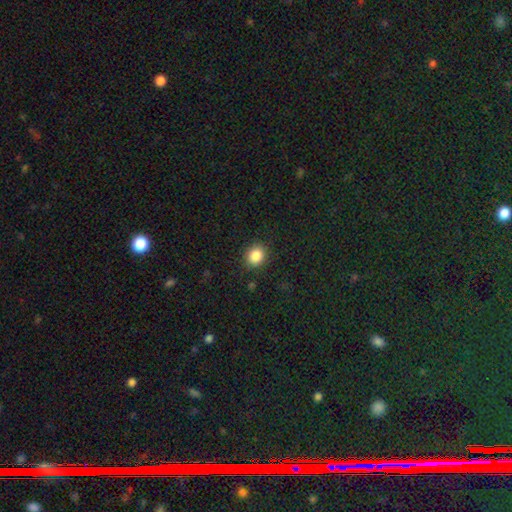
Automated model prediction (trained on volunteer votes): A smooth galaxy with no disk features (86%) that is round (70%). Merging: none (88%).